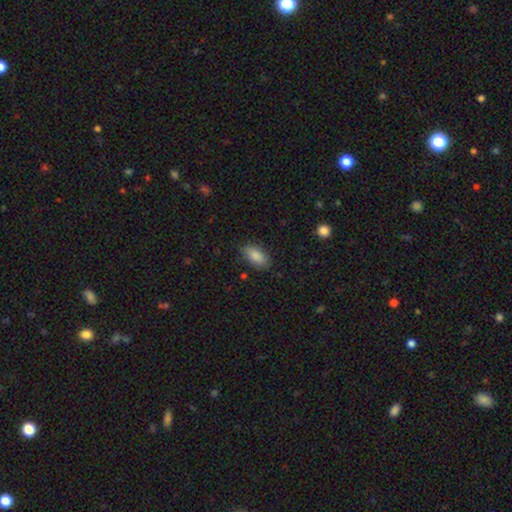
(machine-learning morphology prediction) Smooth or featured? Predicted: smooth (p=0.88). How rounded? Predicted: in between (p=0.92). Merging? Predicted: none (p=0.84).